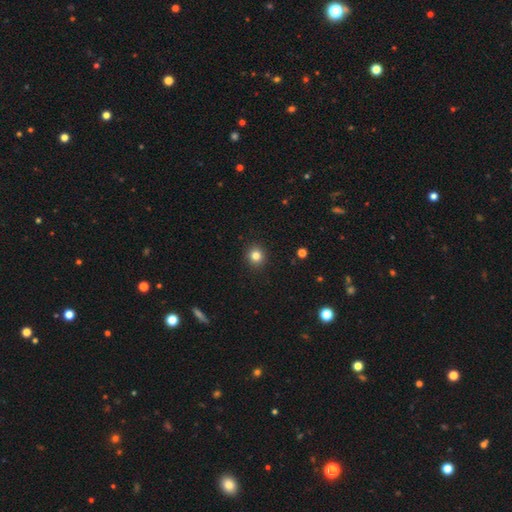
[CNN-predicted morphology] A smooth galaxy with no disk features (82%) that is round (91%). Merging: none (92%).